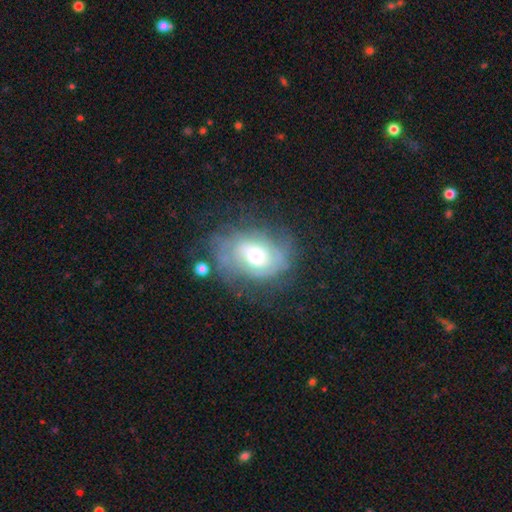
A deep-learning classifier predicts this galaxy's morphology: This appears to be a featured or disk galaxy (70%) with no bar (64%), tight (52%) spiral arms (79%) and a moderate central bulge (52%). Merging: none (53%).